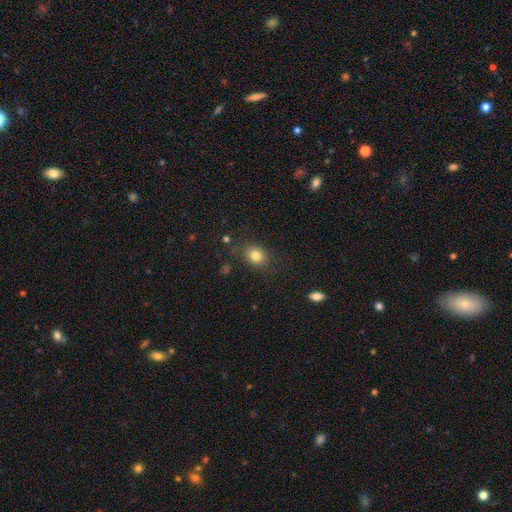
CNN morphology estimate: A smooth galaxy with no disk features (81%) that is round (64%). Merging: none (81%).